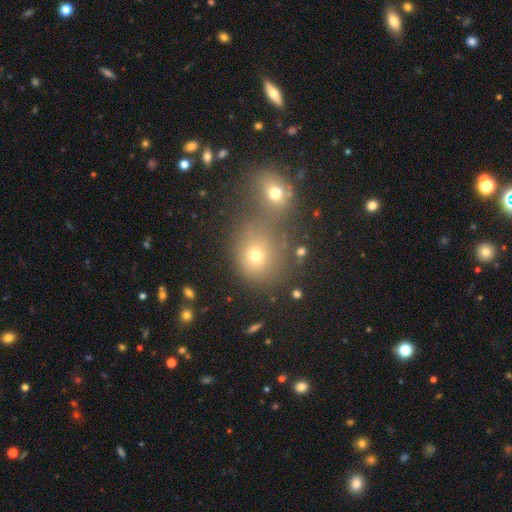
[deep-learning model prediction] Smooth or featured? smooth (66%)
How rounded? round (79%)
Merging? merger (48%)